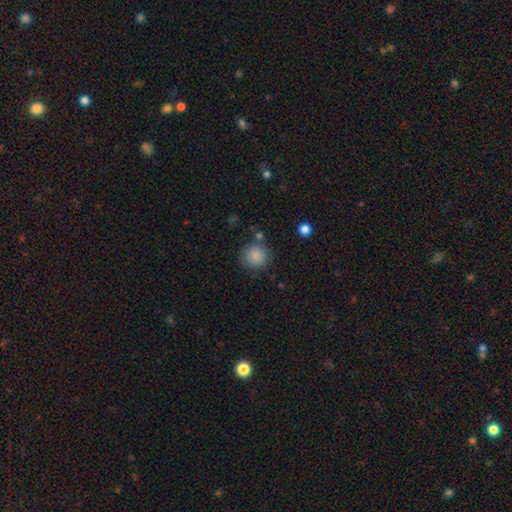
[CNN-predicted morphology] A smooth galaxy with no disk features (87%) that is round (92%). Merging: none (83%).